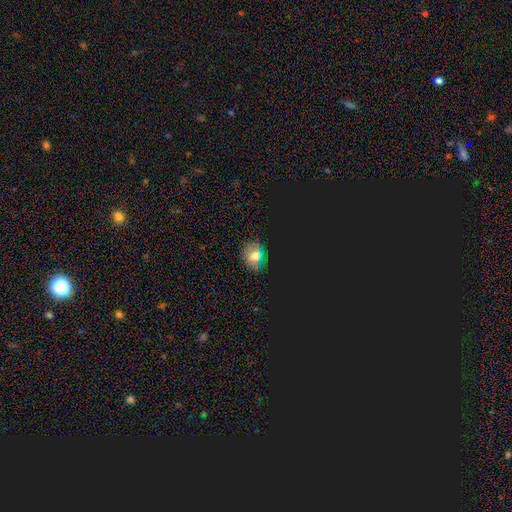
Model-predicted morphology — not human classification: The model was most divided on "smooth or featured": smooth: 54%, star or artifact: 35%, featured or disk: 10%. More confident: merging — none (86%); how rounded — round (65%).